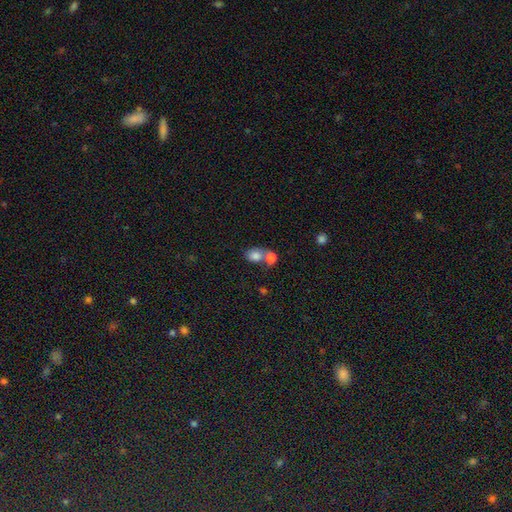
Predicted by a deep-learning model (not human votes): smooth_or_featured: smooth (p=0.80) [alt: featured or disk p=0.11]
how_rounded: in between (p=0.58) [alt: round p=0.41]
merging: merger (p=0.63) [alt: none p=0.26]